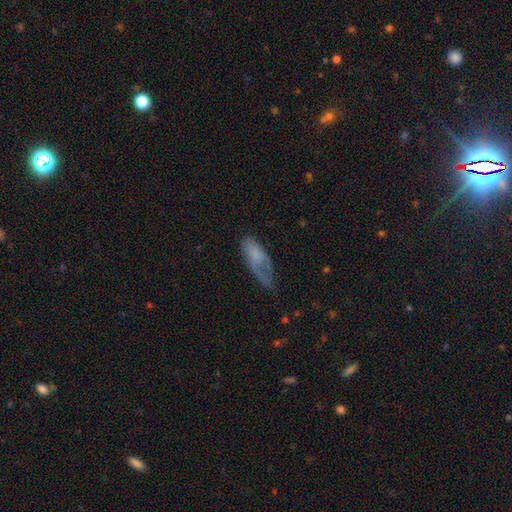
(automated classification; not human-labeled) A smooth galaxy with no disk features (62%) that is in between round and cigar-shaped (77%). Merging: major disturbance (32%, tied with none and minor disturbance).